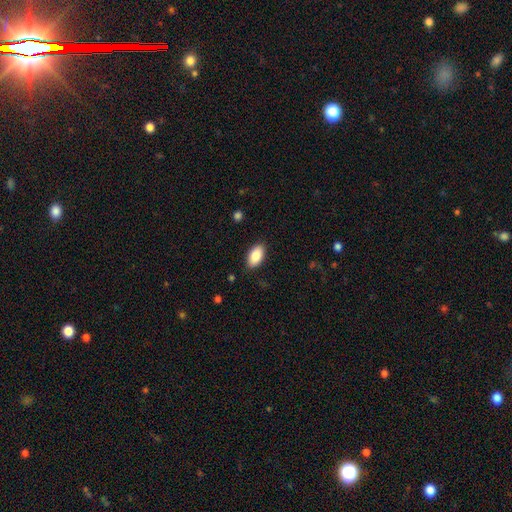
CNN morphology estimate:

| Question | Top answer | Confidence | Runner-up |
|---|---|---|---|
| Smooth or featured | smooth | 86% | featured or disk (7%) |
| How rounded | in between | 94% | cigar-shaped (3%) |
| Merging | none | 87% | minor disturbance (9%) |